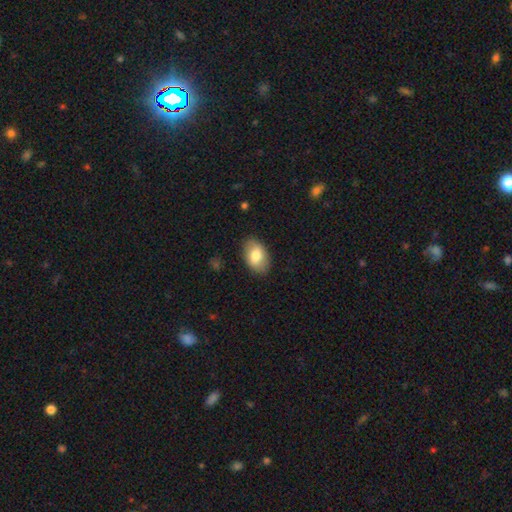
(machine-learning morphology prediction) Smooth or featured? smooth (75%)
How rounded? in between (90%)
Merging? none (86%)